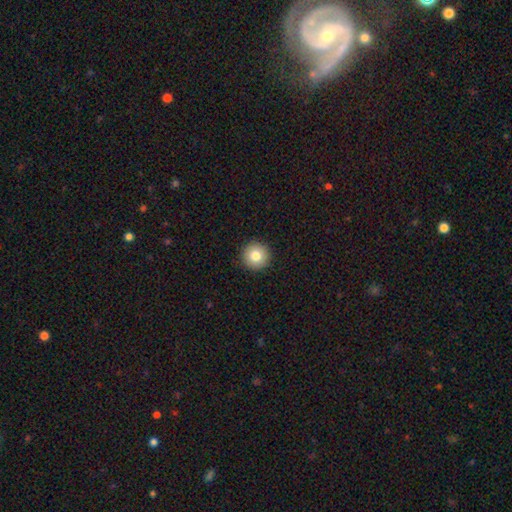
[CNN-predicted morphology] smooth_or_featured: smooth (p=0.81) [alt: star or artifact p=0.10]
how_rounded: round (p=0.96) [alt: in between p=0.03]
merging: none (p=0.93) [alt: minor disturbance p=0.04]